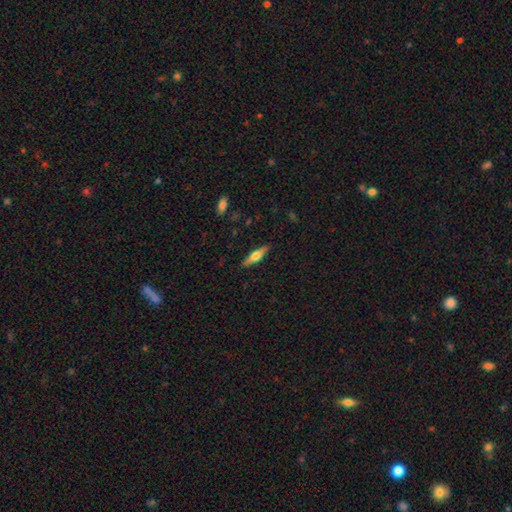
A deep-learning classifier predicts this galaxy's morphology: Smooth or featured? featured or disk (48%)
Merging? none (89%)